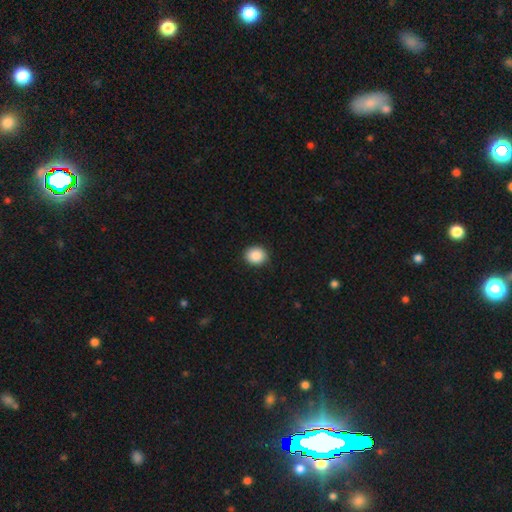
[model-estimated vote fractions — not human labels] Smooth or featured?
  - smooth: 88% *
  - star or artifact: 8%
  - featured or disk: 3%
How rounded?
  - round: 74% *
  - in between: 25%
  - cigar-shaped: 1%
Merging?
  - none: 90% *
  - minor disturbance: 8%
  - major disturbance: 2%
  - merger: 1%